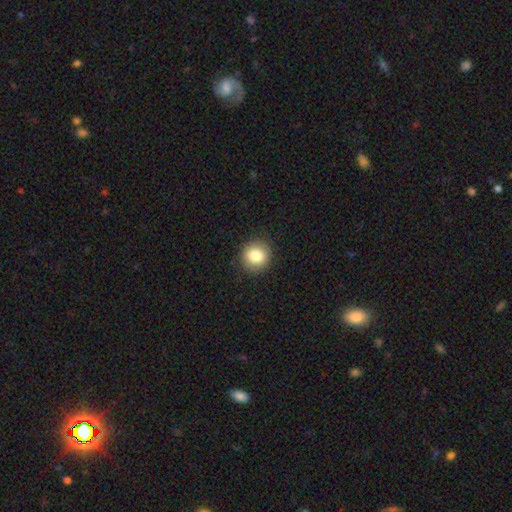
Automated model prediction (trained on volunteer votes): Smooth or featured? Predicted: smooth (p=0.84). How rounded? Predicted: round (p=0.90). Merging? Predicted: none (p=0.91).